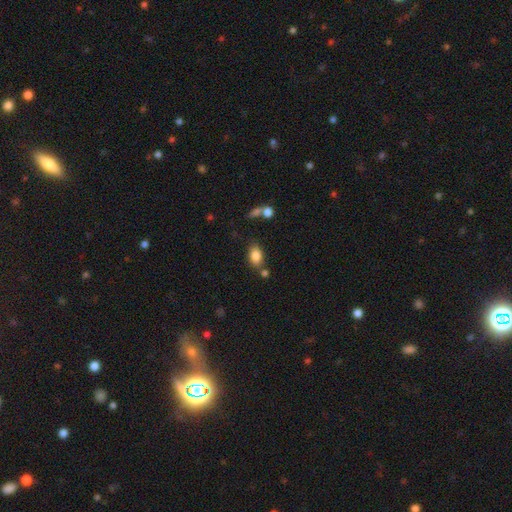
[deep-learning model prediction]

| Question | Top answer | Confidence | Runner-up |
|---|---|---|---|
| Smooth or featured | smooth | 84% | star or artifact (9%) |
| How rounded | in between | 85% | round (12%) |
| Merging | none | 68% | minor disturbance (15%) |